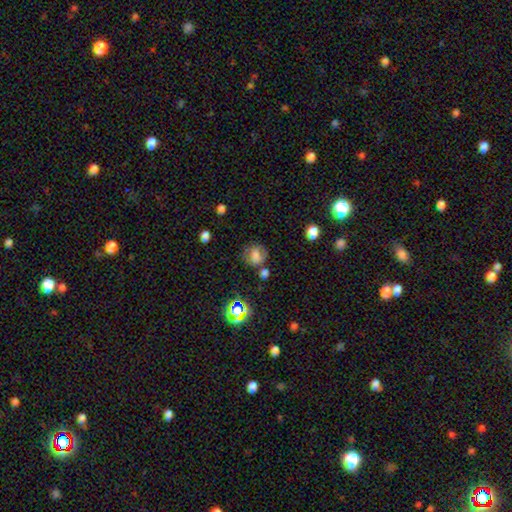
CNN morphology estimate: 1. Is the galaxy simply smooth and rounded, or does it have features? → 62% smooth, 22% featured or disk, 16% star or artifact.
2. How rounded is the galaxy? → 64% round, 34% in between, 1% cigar-shaped.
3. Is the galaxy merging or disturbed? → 58% none, 21% minor disturbance, 11% major disturbance, 10% merger.